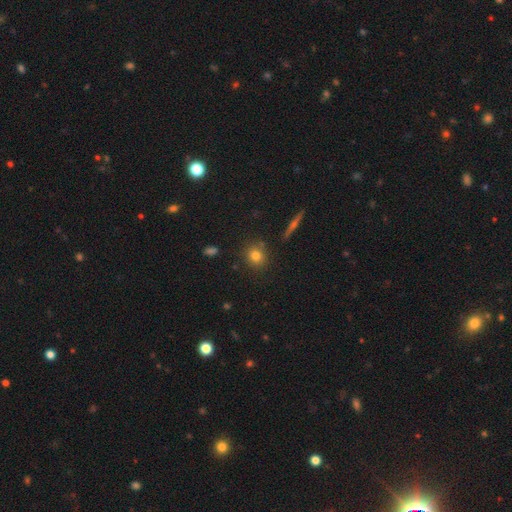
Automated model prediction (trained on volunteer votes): This is likely a smooth galaxy (77%). How rounded: clearly round (81%). Merging: clearly none (82%).